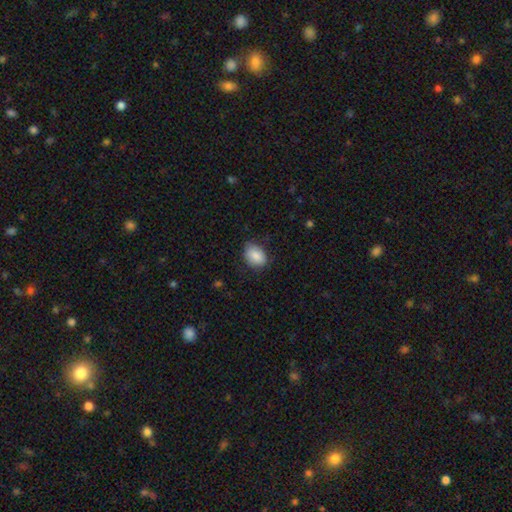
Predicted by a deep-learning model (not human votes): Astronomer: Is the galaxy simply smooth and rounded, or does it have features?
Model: smooth — 86%.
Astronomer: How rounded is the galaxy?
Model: in between — 74%.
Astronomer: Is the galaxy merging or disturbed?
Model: none — 76%.